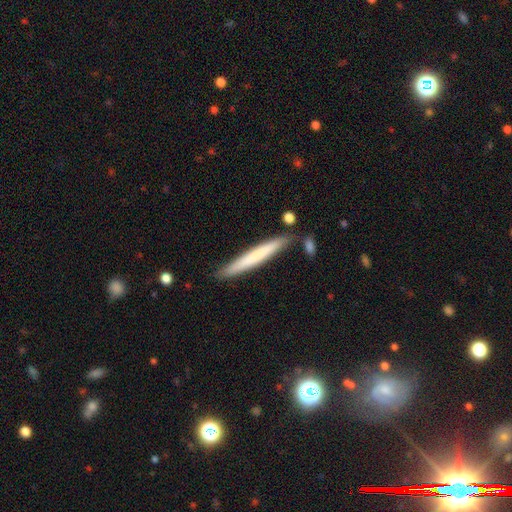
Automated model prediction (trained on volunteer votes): The model was most divided on "smooth or featured": smooth: 66%, featured or disk: 29%, star or artifact: 5%. More confident: how rounded — cigar-shaped (96%); merging — none (84%).